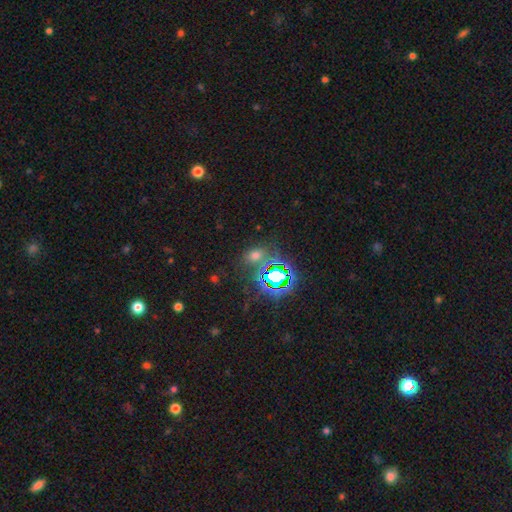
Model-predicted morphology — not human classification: This is possibly a star or artifact rather than a galaxy (46%).